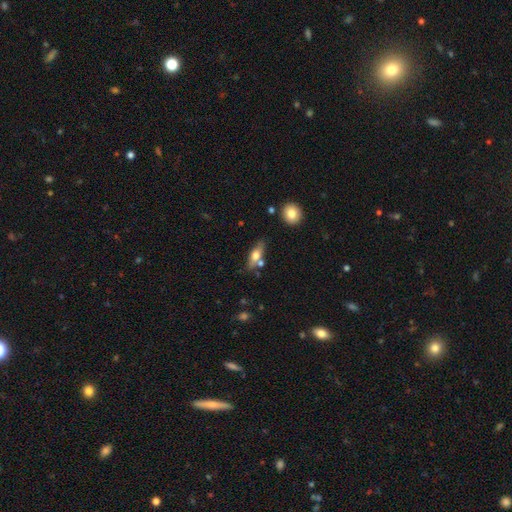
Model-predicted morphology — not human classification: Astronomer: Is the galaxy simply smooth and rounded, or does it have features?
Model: smooth — 60%.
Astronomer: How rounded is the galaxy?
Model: in between — 60% (runner-up: cigar-shaped, 36%).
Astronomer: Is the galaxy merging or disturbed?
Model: none — 67%.